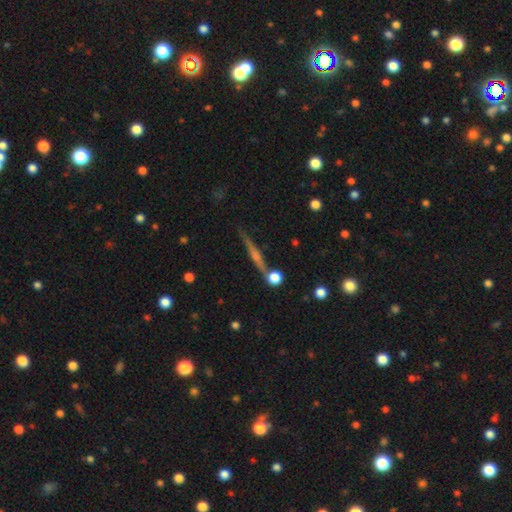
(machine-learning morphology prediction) This is likely a featured or disk galaxy (69%). It is clearly viewed edge-on (97%). Edge-on bulge: likely rounded (70%). Merging: clearly none (83%).